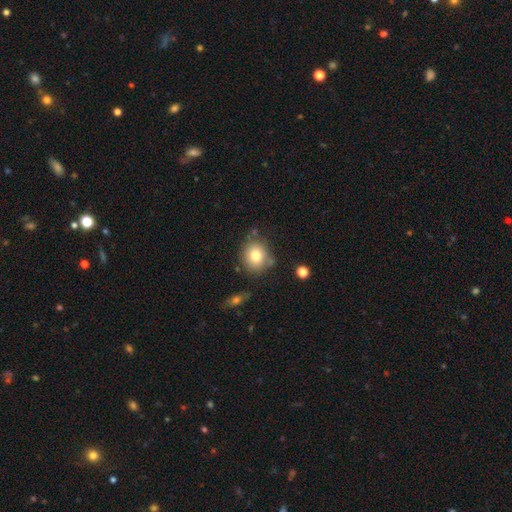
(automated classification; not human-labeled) A smooth galaxy with no disk features (77%) that is round (76%).

Vote fractions:
- Smooth or featured? smooth: 77% / featured or disk: 13% / star or artifact: 10%
- How rounded? round: 76% / in between: 23% / cigar-shaped: 1%
- Merging? none: 71% / minor disturbance: 16% / merger: 8% / major disturbance: 5%